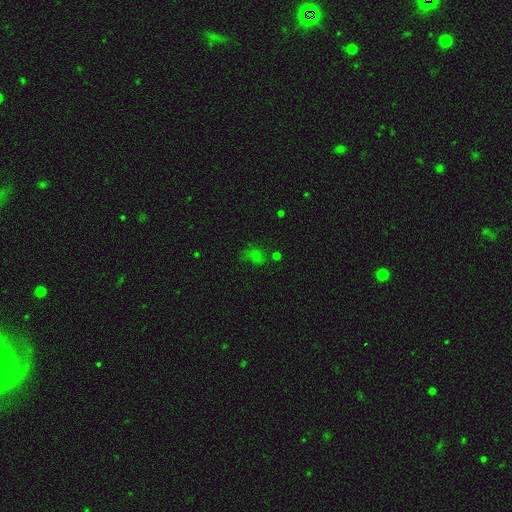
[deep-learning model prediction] smooth_or_featured: smooth (p=0.56) [alt: star or artifact p=0.33]
how_rounded: in between (p=0.67) [alt: round p=0.30]
merging: none (p=0.46) [alt: minor disturbance p=0.24]